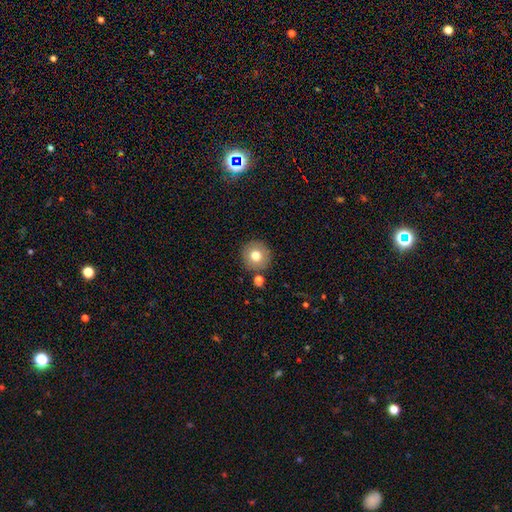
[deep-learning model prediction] The model was most divided on "smooth or featured": smooth: 76%, featured or disk: 14%, star or artifact: 10%. More confident: how rounded — round (94%); merging — none (86%).